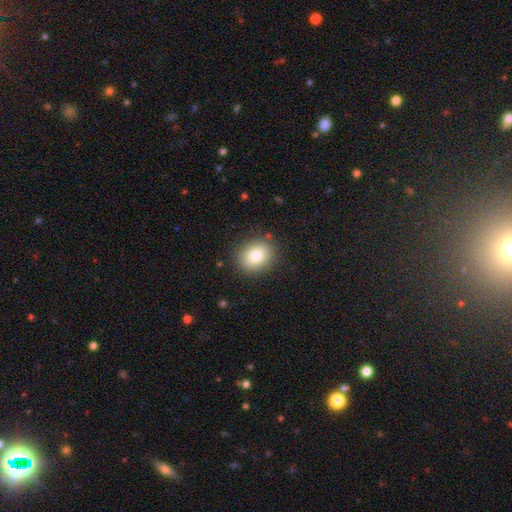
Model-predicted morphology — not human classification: smooth-or-featured: smooth: 82% | star or artifact: 9% | featured or disk: 9%
  how-rounded: round: 62% | in between: 37% | cigar-shaped: 1%
  merging: none: 86% | minor disturbance: 9% | major disturbance: 3% | merger: 1%